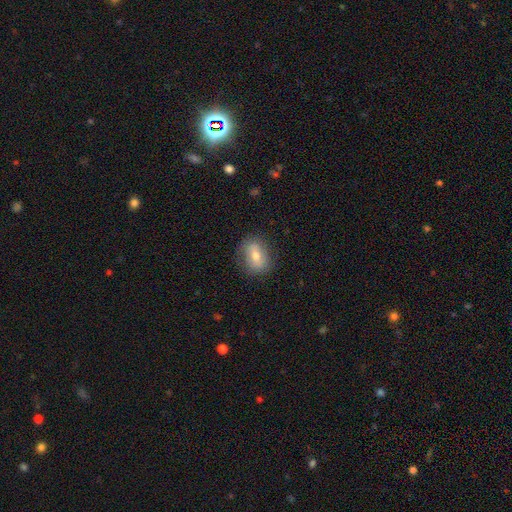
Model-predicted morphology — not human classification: The model was most divided on "smooth or featured": smooth: 60%, featured or disk: 31%, star or artifact: 9%. More confident: merging — none (79%); how rounded — in between (65%).